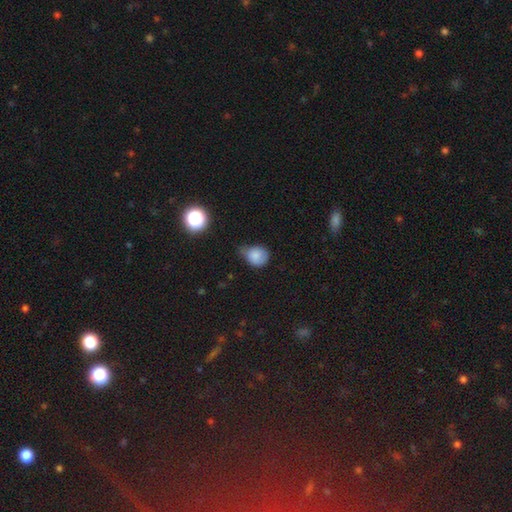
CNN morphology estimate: Overall: smooth (81%). How rounded: round (71%). Merging: minor disturbance (47%; none 39%).